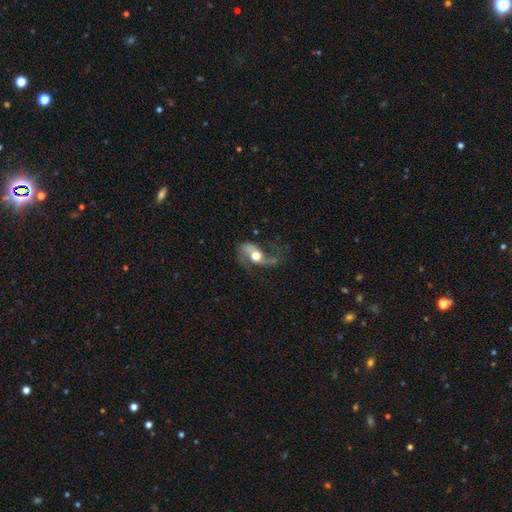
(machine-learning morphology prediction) Overall: featured or disk (66%; smooth 27%). Edge-on disk: no (92%). Bar: no (64%). Spiral arms: yes (81%). Bulge size: moderate (51%; large 39%). Merging: none (40%; major disturbance 36%).